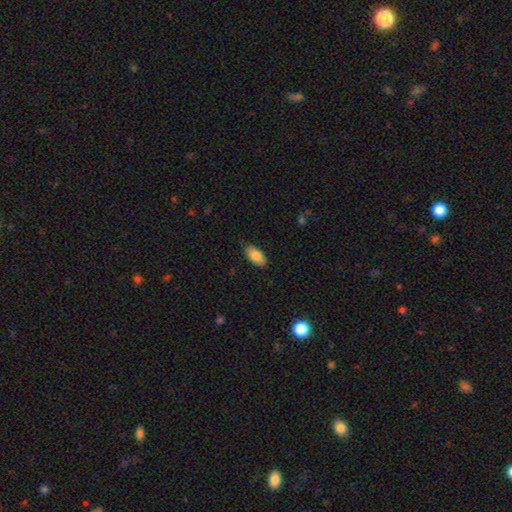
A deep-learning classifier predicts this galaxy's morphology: A smooth galaxy with no disk features (83%) that is in between round and cigar-shaped (92%). Merging: none (83%).